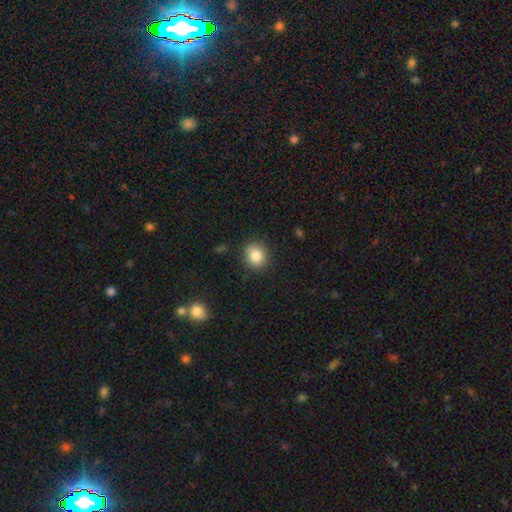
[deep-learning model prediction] smooth_or_featured: smooth (p=0.85) [alt: star or artifact p=0.09]
how_rounded: round (p=0.80) [alt: in between p=0.19]
merging: none (p=0.87) [alt: minor disturbance p=0.09]